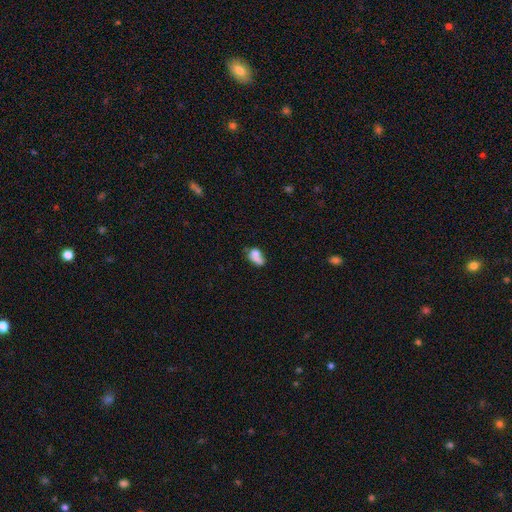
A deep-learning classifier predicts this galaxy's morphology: smooth_or_featured: smooth (p=0.70) [alt: featured or disk p=0.19]
how_rounded: in between (p=0.80) [alt: round p=0.16]
merging: merger (p=0.32) [alt: none p=0.28]